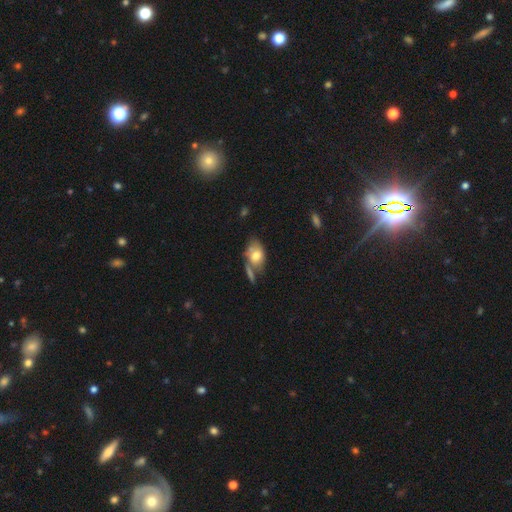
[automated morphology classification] A smooth galaxy with no disk features (68%) that is in between round and cigar-shaped (87%).

Vote fractions:
- Smooth or featured? smooth: 68% / featured or disk: 24% / star or artifact: 8%
- How rounded? in between: 87% / round: 11% / cigar-shaped: 2%
- Merging? none: 39% / merger: 26% / minor disturbance: 23% / major disturbance: 12%